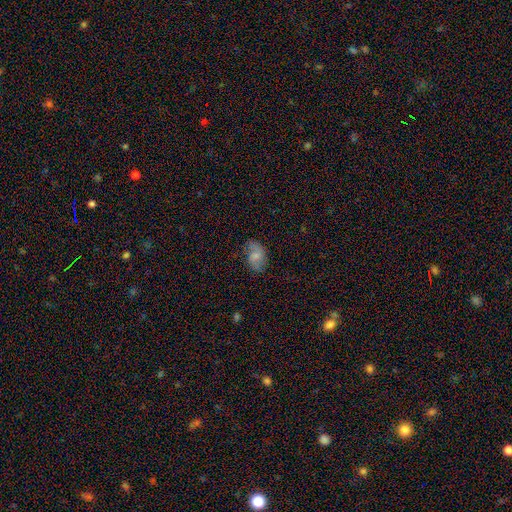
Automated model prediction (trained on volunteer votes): smooth_or_featured: smooth (p=0.57) [alt: featured or disk p=0.35]
how_rounded: in between (p=0.86) [alt: round p=0.13]
merging: none (p=0.66) [alt: minor disturbance p=0.24]